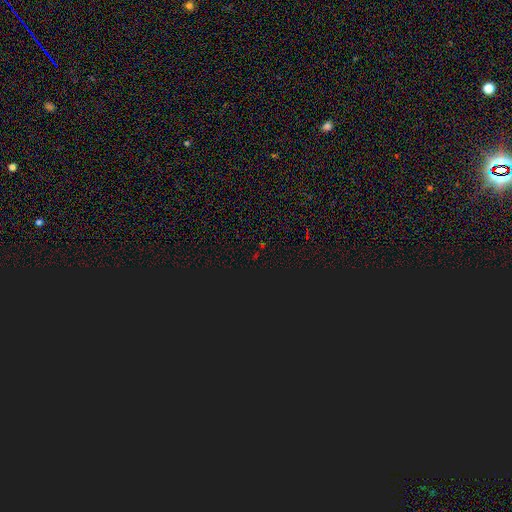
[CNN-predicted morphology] A star or artifact, not a galaxy (76%).